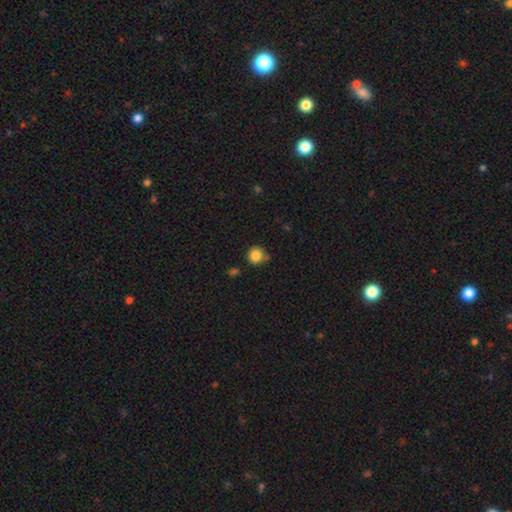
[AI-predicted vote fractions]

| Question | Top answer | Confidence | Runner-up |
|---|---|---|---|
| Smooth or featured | smooth | 85% | star or artifact (10%) |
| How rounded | round | 92% | in between (8%) |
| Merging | none | 76% | minor disturbance (14%) |